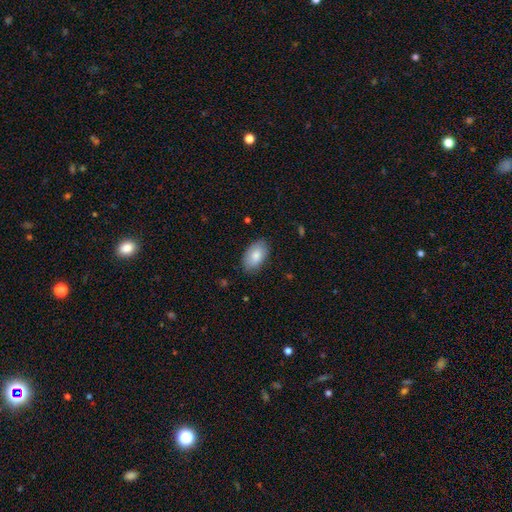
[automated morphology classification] smooth_or_featured: smooth (p=0.82) [alt: featured or disk p=0.12]
how_rounded: in between (p=0.93) [alt: round p=0.06]
merging: none (p=0.83) [alt: minor disturbance p=0.14]